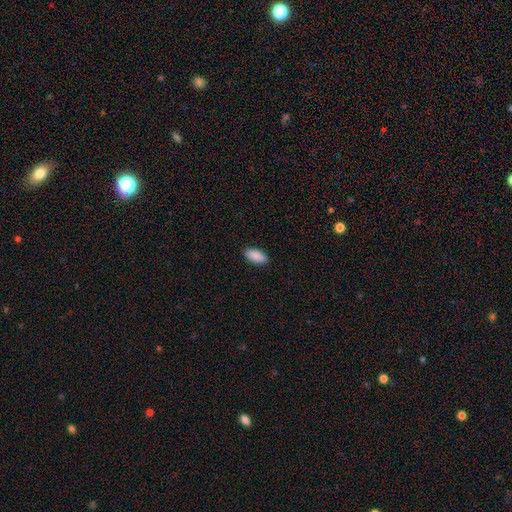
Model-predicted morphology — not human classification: A smooth galaxy with no disk features (90%) that is in between round and cigar-shaped (89%). Merging: none (90%).